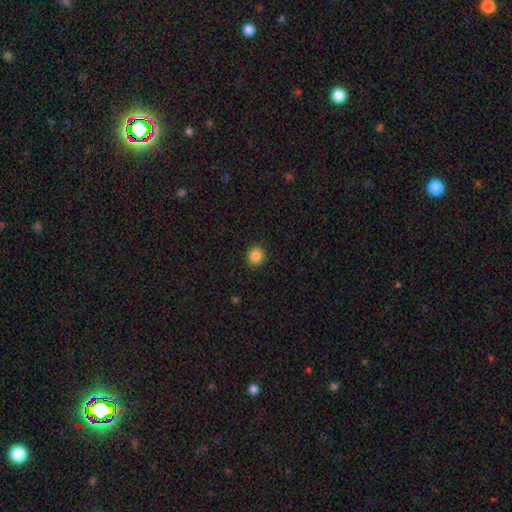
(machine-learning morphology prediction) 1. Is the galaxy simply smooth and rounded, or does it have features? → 86% smooth, 10% star or artifact, 3% featured or disk.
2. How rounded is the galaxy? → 93% round, 6% in between, 1% cigar-shaped.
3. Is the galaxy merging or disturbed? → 92% none, 5% minor disturbance, 2% major disturbance, 1% merger.